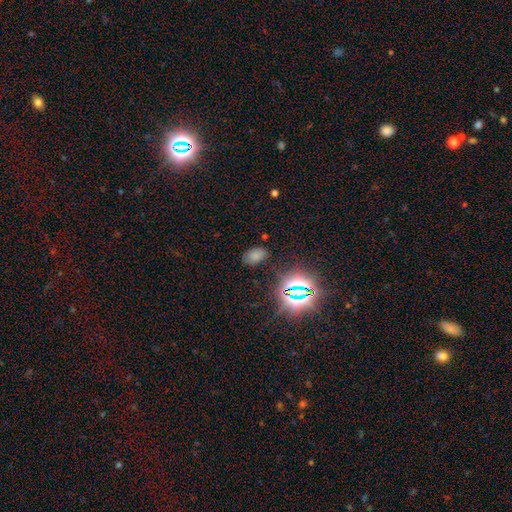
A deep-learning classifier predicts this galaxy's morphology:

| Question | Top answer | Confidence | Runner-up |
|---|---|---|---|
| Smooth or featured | smooth | 65% | star or artifact (28%) |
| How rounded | in between | 91% | round (8%) |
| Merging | none | 79% | minor disturbance (14%) |